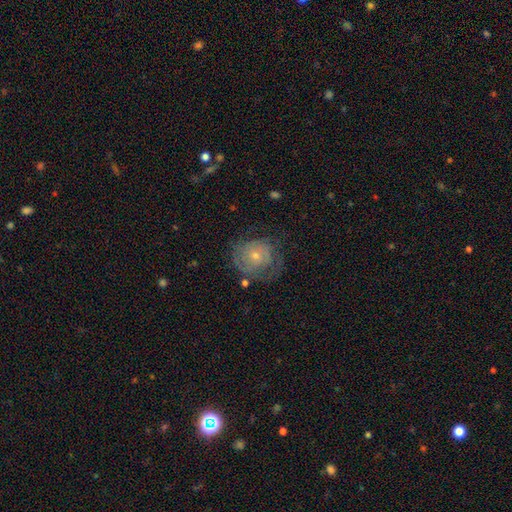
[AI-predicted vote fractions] featured or disk 57%, smooth 34%, star or artifact 9%. Down the decision tree: edge-on disk — no (97%); bar — no (82%); spiral arms — yes (71%); bulge size — small (64%); merging — none (55%).